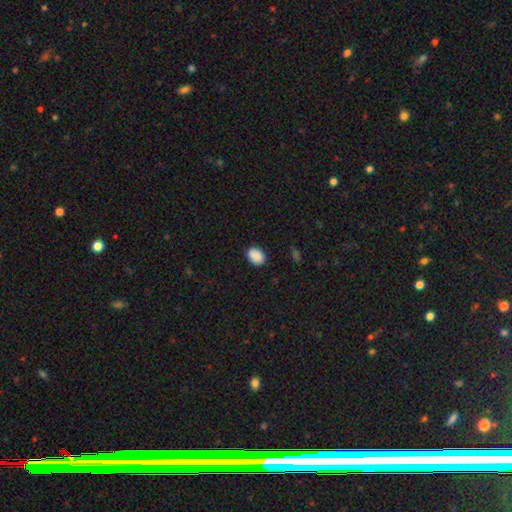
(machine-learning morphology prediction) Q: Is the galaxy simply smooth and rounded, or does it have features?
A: smooth — 89%.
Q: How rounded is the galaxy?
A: in between — 72%.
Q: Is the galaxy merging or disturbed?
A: none — 85%.